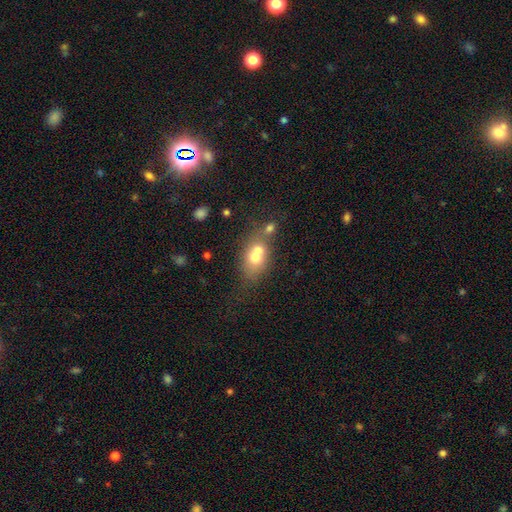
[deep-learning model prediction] A smooth galaxy with no disk features (64%) that is in between round and cigar-shaped (62%). Merging: merger (53%).